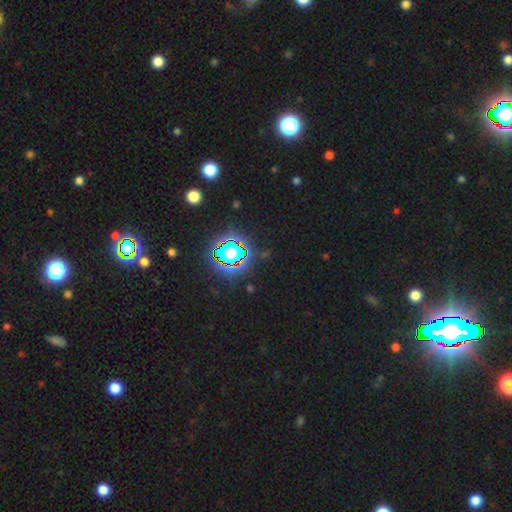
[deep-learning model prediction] smooth-or-featured: star or artifact: 83% | smooth: 10% | featured or disk: 7%